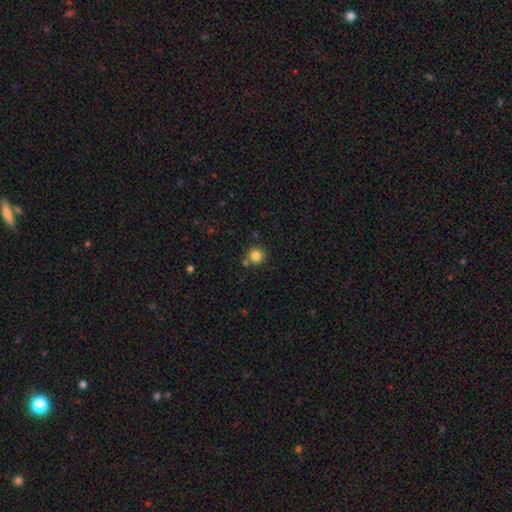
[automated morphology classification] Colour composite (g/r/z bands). It shows a smooth galaxy with no disk features (84%) that is round (92%). Merging: none (77%).